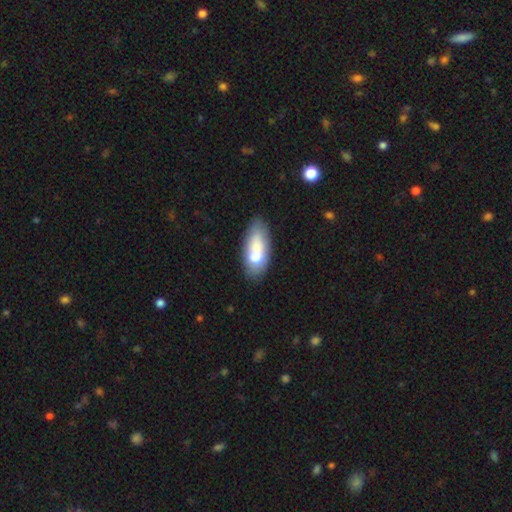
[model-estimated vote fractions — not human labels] smooth_or_featured: smooth (p=0.66) [alt: featured or disk p=0.26]
how_rounded: in between (p=0.86) [alt: cigar-shaped p=0.08]
merging: none (p=0.53) [alt: minor disturbance p=0.20]